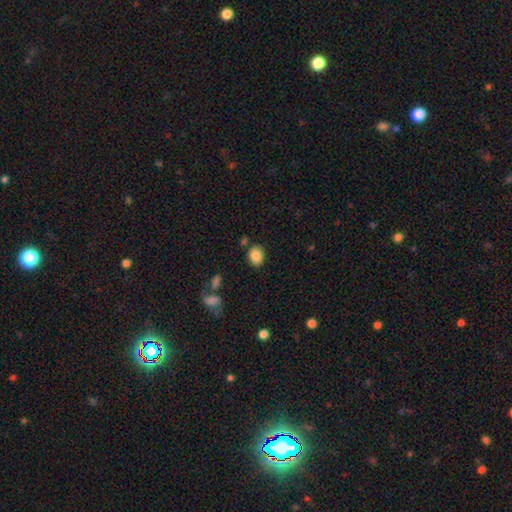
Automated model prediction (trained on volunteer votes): Overall: smooth (85%). How rounded: in between (54%; round 45%). Merging: none (79%).